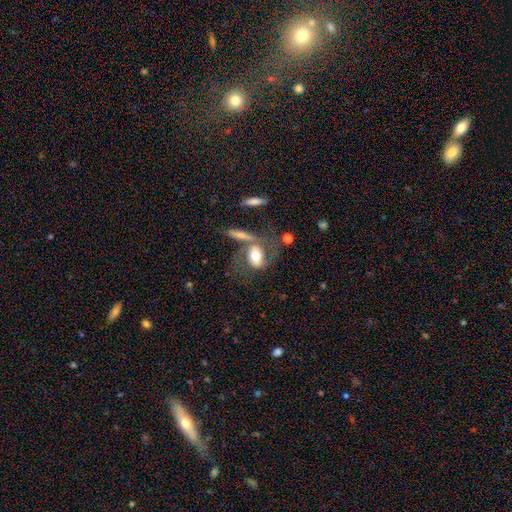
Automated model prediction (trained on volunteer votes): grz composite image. It shows a smooth galaxy with no disk features (48%). Merging: none (42%).